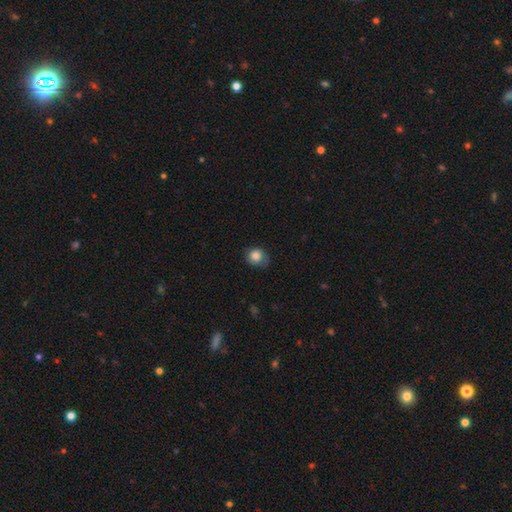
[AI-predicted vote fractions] Q: Smooth or featured?
A: smooth (83%); runner-up: star or artifact (9%)
Q: How rounded?
A: round (73%); runner-up: in between (26%)
Q: Merging?
A: none (60%); runner-up: minor disturbance (30%)